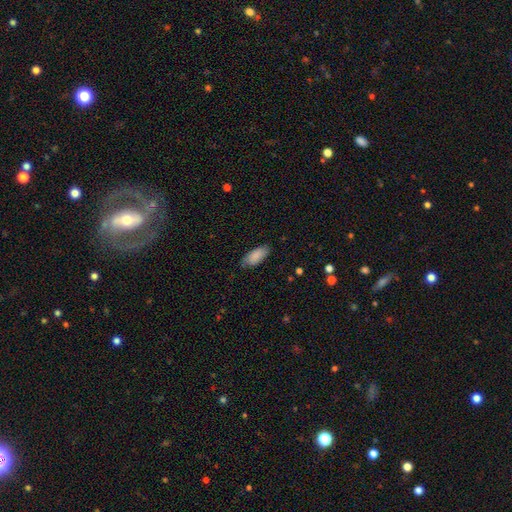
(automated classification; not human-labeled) Smooth or featured? Predicted: smooth (p=0.87). How rounded? Predicted: in between (p=0.86). Merging? Predicted: none (p=0.77).